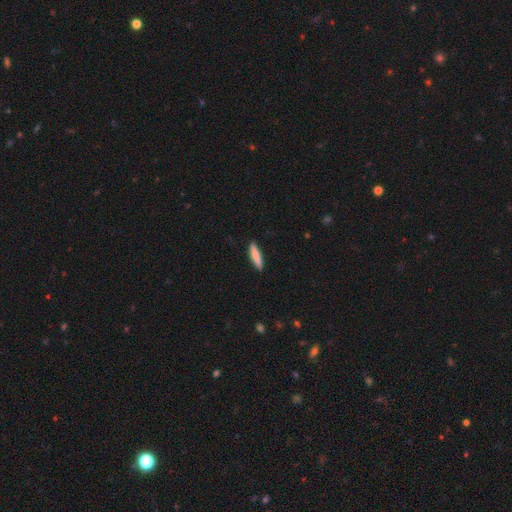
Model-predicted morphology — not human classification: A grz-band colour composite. It shows a smooth galaxy with no disk features (82%) that is cigar-shaped (83%). Merging: none (89%).